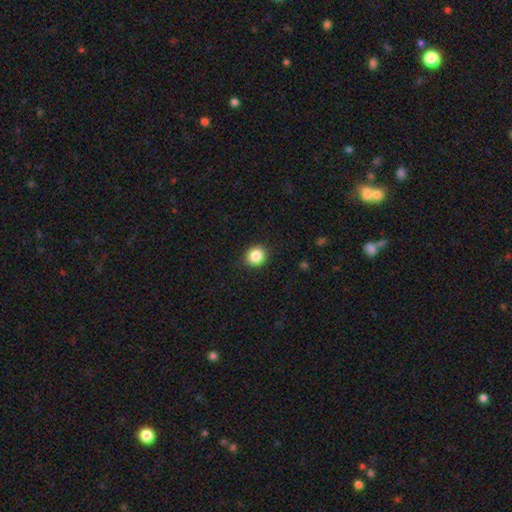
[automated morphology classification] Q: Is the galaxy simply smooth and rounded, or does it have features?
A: smooth — 86%.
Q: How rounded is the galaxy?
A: round — 86%.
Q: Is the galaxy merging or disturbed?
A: none — 90%.